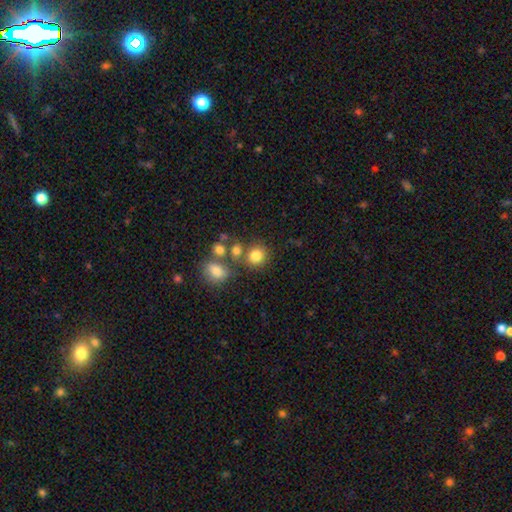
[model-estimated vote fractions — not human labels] smooth_or_featured: smooth (p=0.79) [alt: star or artifact p=0.13]
how_rounded: round (p=0.83) [alt: in between p=0.16]
merging: none (p=0.63) [alt: merger p=0.21]